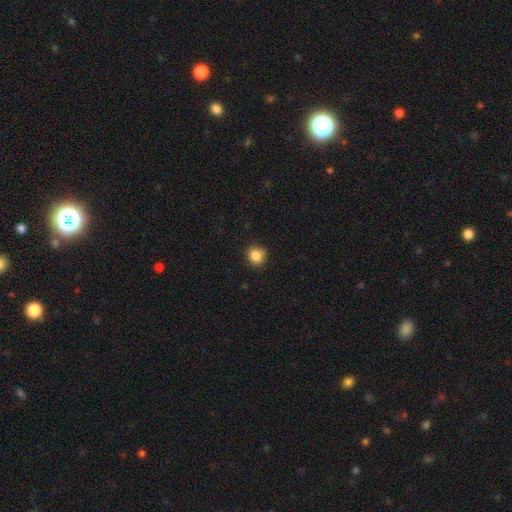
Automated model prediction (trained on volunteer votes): A smooth galaxy with no disk features (85%) that is round (86%). Merging: none (83%).